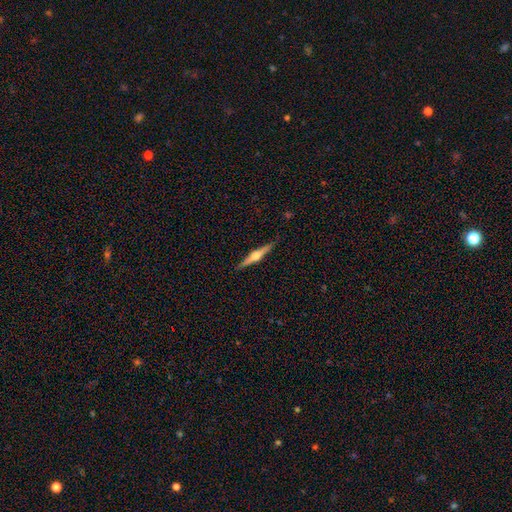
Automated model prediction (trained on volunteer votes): A featured or disk galaxy (73%) viewed edge-on (98%) with a rounded central bulge (93%). Merging: none (90%).